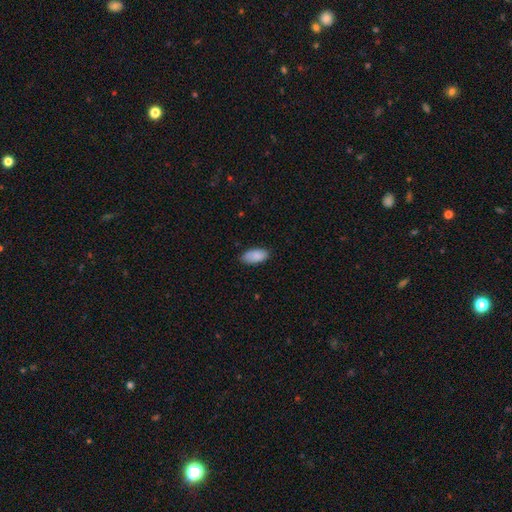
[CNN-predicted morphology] The model was most divided on "merging": none: 78%, minor disturbance: 18%, major disturbance: 3%, merger: 1%. More confident: how rounded — in between (94%); smooth or featured — smooth (88%).